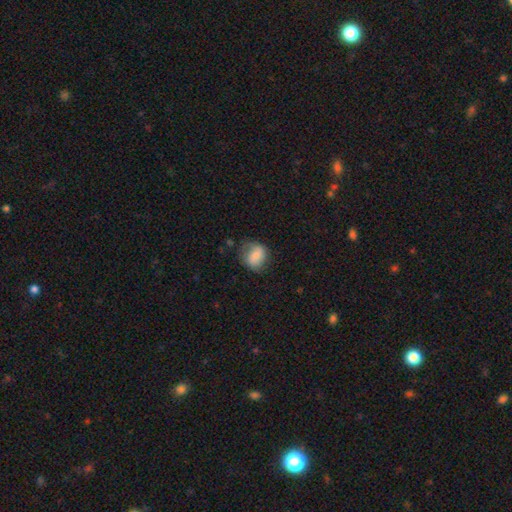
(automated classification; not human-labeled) Overall: smooth (70%). How rounded: round (61%; in between 38%). Merging: none (61%; minor disturbance 27%).